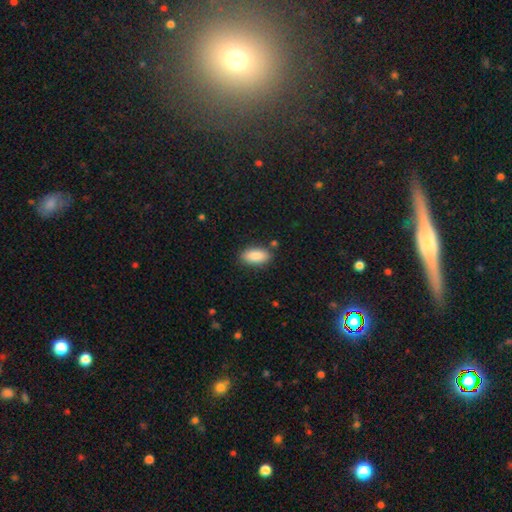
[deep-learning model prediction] Smooth or featured? smooth (89%)
How rounded? in between (92%)
Merging? none (84%)